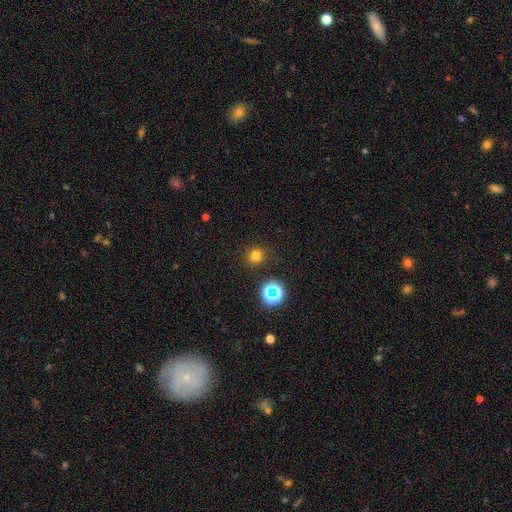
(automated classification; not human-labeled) Smooth or featured? Predicted: smooth (p=0.74). How rounded? Predicted: round (p=0.88). Merging? Predicted: none (p=0.87).